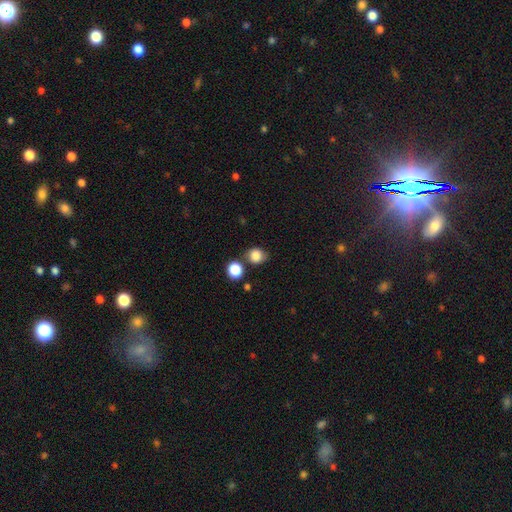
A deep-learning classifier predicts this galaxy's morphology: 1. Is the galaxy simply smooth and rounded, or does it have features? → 82% smooth, 11% star or artifact, 7% featured or disk.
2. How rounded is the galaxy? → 74% round, 25% in between, 1% cigar-shaped.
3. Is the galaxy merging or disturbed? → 67% none, 17% minor disturbance, 11% merger, 5% major disturbance.